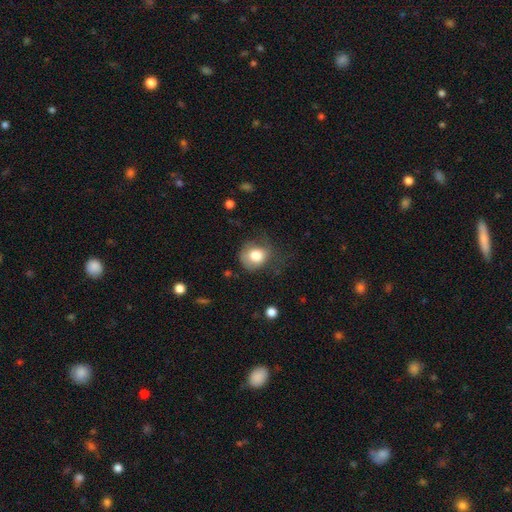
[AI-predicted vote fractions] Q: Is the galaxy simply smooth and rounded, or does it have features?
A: smooth — 78%.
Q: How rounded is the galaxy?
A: round — 72%.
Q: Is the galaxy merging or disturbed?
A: none — 49%.